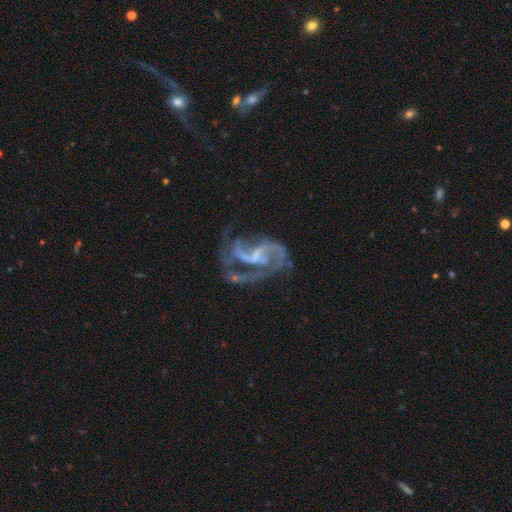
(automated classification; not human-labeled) smooth_or_featured: featured or disk (p=0.88) [alt: star or artifact p=0.07]
disk_edge_on: no (p=0.98) [alt: yes p=0.02]
bar: weak (p=0.48) [alt: no p=0.29]
has_spiral_arms: yes (p=0.94) [alt: no p=0.06]
spiral_winding: medium (p=0.49) [alt: loose p=0.35]
spiral_arm_count: 2 (p=0.60) [alt: 3 p=0.16]
bulge_size: small (p=0.41) [alt: none p=0.40]
merging: none (p=0.39) [alt: major disturbance p=0.36]